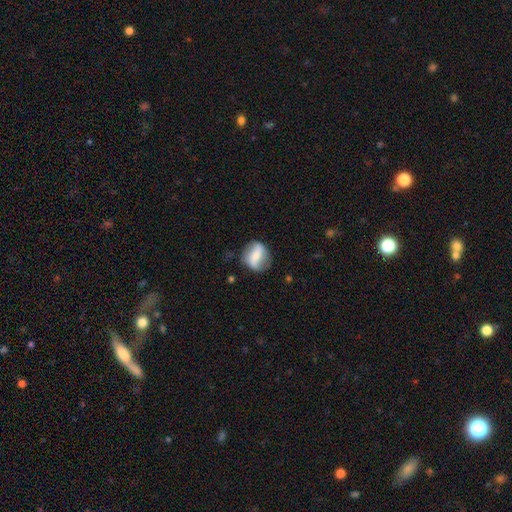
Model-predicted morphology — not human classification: Smooth or featured? Predicted: featured or disk (p=0.57). Edge-on disk? Predicted: no (p=0.92). Bar? Predicted: strong (p=0.57). Spiral arms? Predicted: yes (p=0.68). Bulge size? Predicted: small (p=0.46). Merging? Predicted: none (p=0.70).